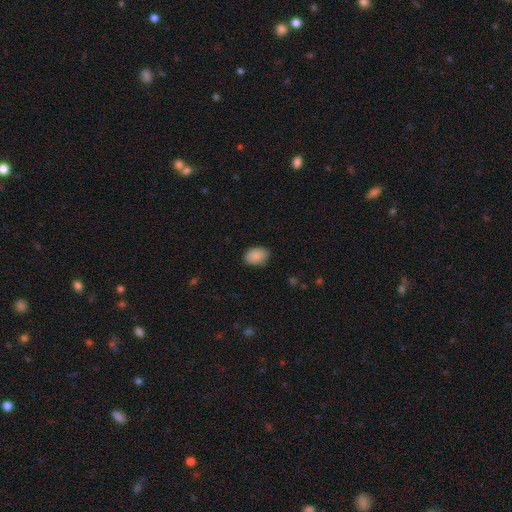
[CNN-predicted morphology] This appears to be a smooth galaxy with no disk features (88%) that is in between round and cigar-shaped (84%). Merging: none (81%).